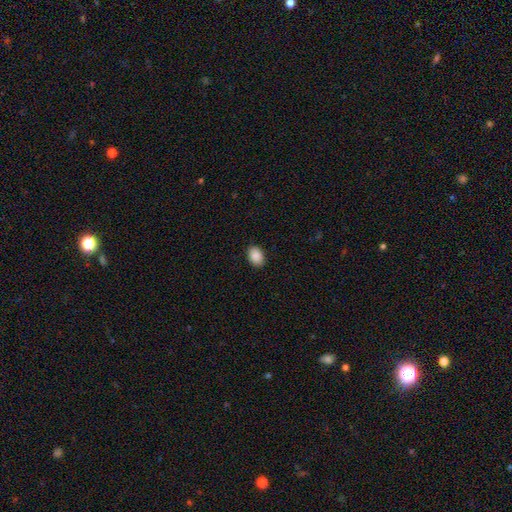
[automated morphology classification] type=smooth (90%); roundness=in between (83%); merging=none (90%).